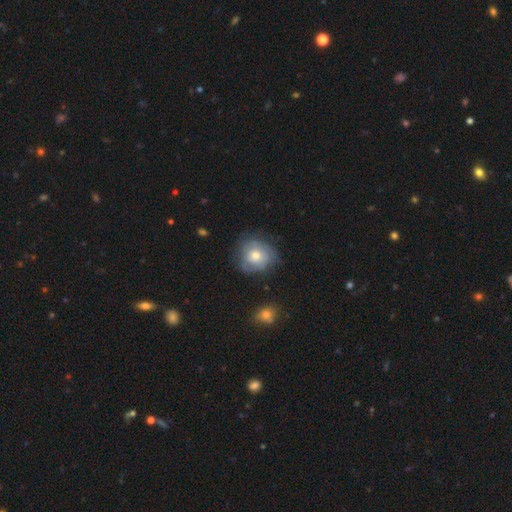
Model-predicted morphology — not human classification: Overall: smooth (55%; featured or disk 36%). How rounded: round (82%). Merging: none (67%).